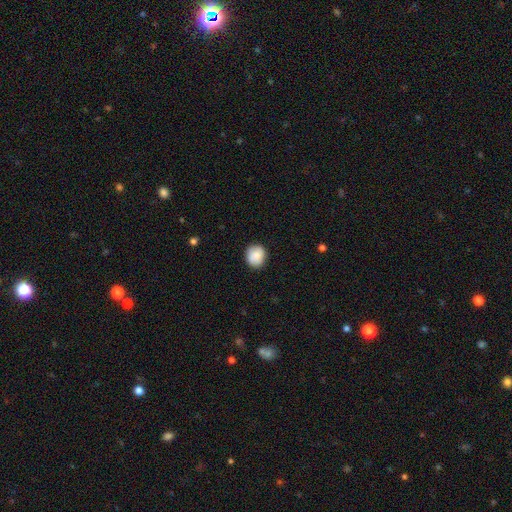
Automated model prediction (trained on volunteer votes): This appears to be a smooth galaxy with no disk features (84%) that is round (82%). Merging: none (87%).